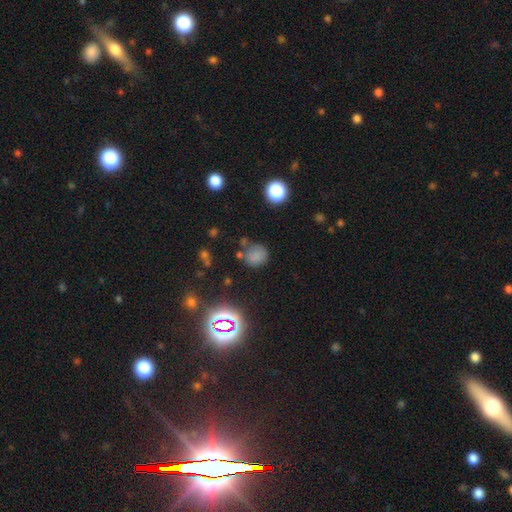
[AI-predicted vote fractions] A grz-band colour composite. It shows a smooth galaxy with no disk features (69%) that is round (85%). Merging: none (66%).